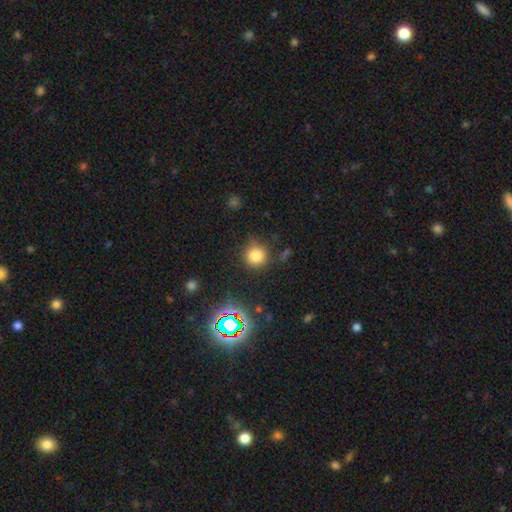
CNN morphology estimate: Overall: smooth (78%). How rounded: round (93%). Merging: none (79%).